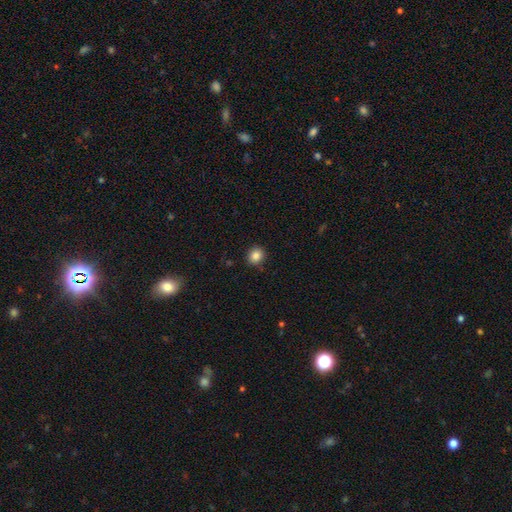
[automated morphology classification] Smooth or featured?
  - smooth: 86% *
  - star or artifact: 10%
  - featured or disk: 4%
How rounded?
  - round: 82% *
  - in between: 17%
  - cigar-shaped: 1%
Merging?
  - none: 89% *
  - minor disturbance: 8%
  - major disturbance: 2%
  - merger: 1%